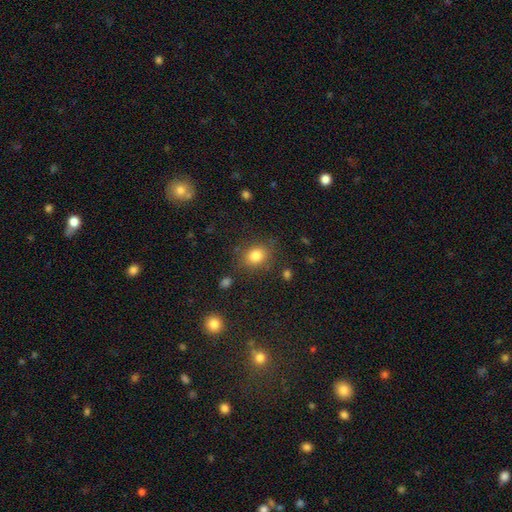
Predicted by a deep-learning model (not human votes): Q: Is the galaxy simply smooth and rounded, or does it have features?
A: smooth — 81%.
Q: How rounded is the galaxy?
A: round — 53%.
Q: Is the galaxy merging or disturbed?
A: none — 79%.